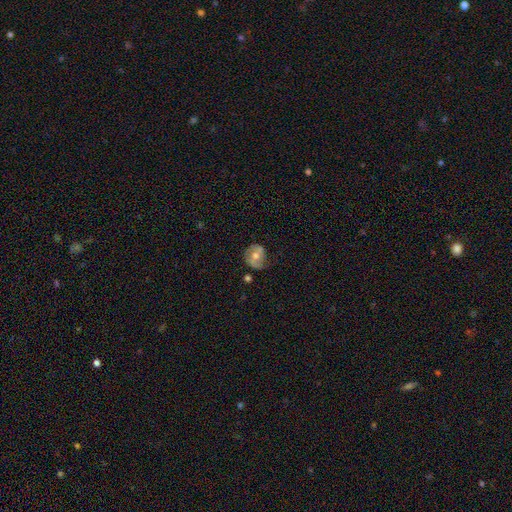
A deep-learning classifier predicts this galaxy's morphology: The model was most divided on "smooth or featured": featured or disk: 60%, smooth: 32%, star or artifact: 8%. More confident: edge-on disk — no (97%); spiral arms — yes (73%); bulge size — moderate (73%); bar — no (69%); merging — none (67%).